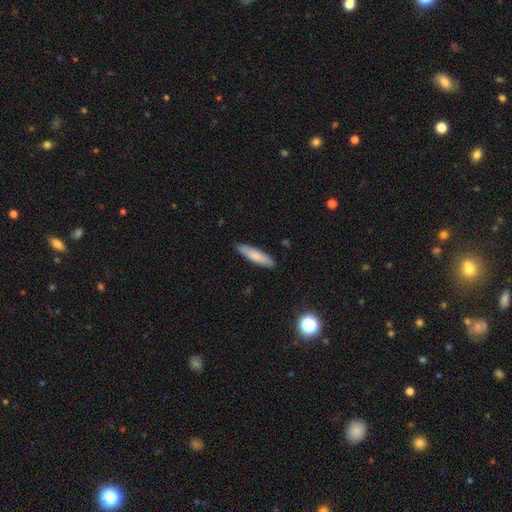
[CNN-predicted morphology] smooth 76%, featured or disk 19%, star or artifact 6%. Down the decision tree: how rounded — cigar-shaped (73%); merging — none (85%).